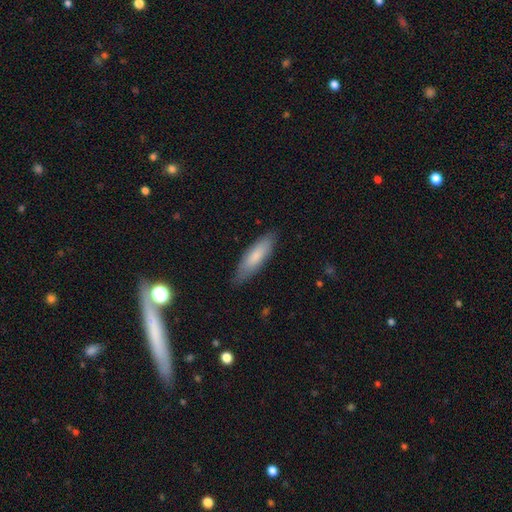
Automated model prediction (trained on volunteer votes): Smooth or featured?
  - smooth: 78% *
  - featured or disk: 16%
  - star or artifact: 6%
How rounded?
  - cigar-shaped: 55% *
  - in between: 43%
  - round: 1%
Merging?
  - none: 82% *
  - minor disturbance: 14%
  - major disturbance: 3%
  - merger: 1%